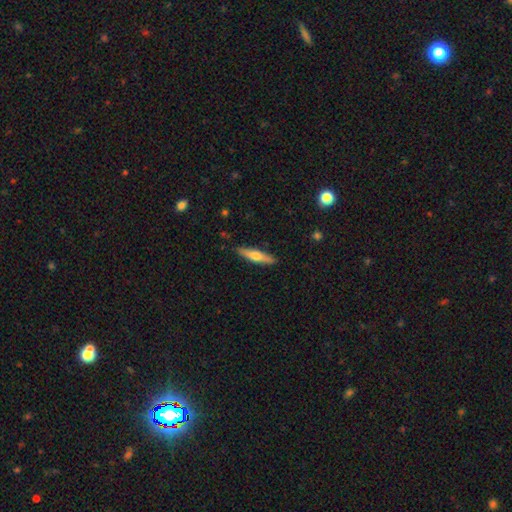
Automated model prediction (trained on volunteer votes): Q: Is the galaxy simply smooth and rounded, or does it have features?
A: smooth — 51%.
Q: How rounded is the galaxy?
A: cigar-shaped — 83%.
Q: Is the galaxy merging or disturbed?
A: none — 89%.